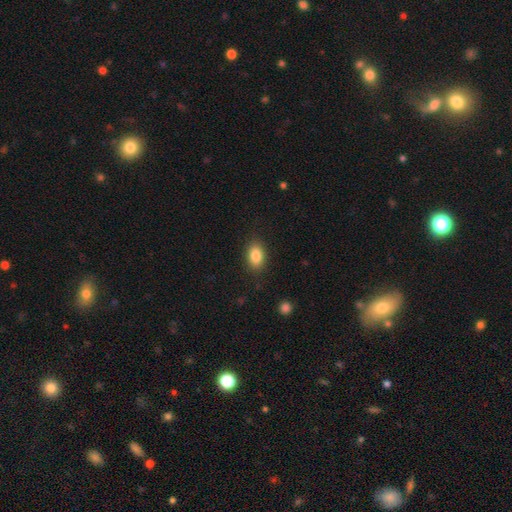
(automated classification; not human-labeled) Smooth or featured: smooth — 85% (star or artifact — 8%)
How rounded: in between — 86% (round — 12%)
Merging: none — 86% (minor disturbance — 10%)